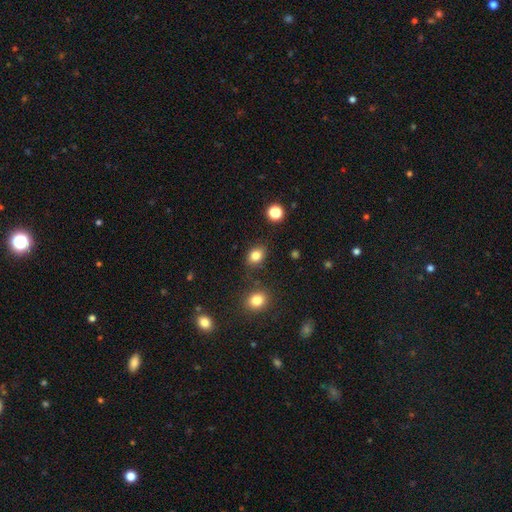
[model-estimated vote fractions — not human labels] This appears to be a smooth galaxy with no disk features (82%) that is in between round and cigar-shaped (62%). Merging: none (80%).